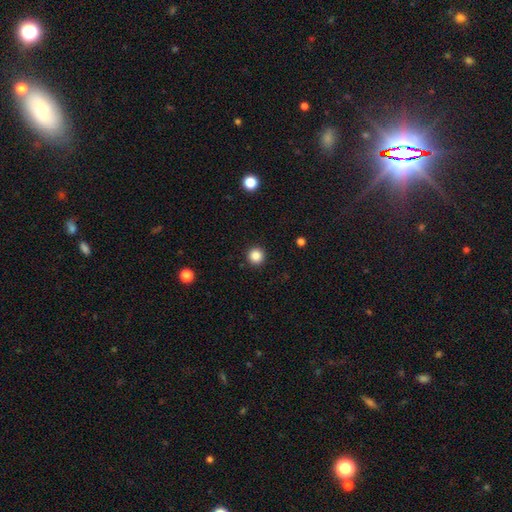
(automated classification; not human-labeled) Overall: smooth (86%). How rounded: round (96%). Merging: none (93%).